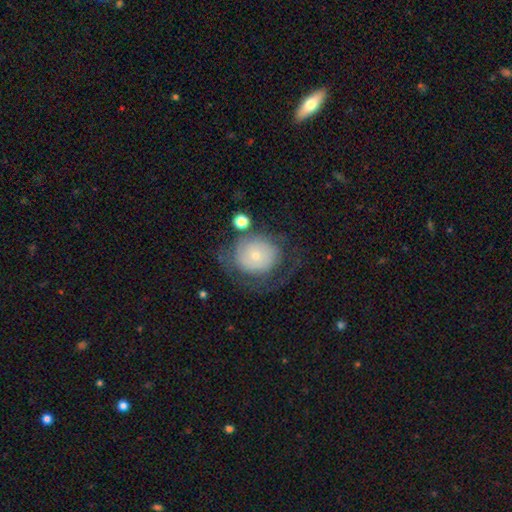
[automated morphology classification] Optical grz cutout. It shows a featured or disk galaxy (48%). Merging: none (52%).